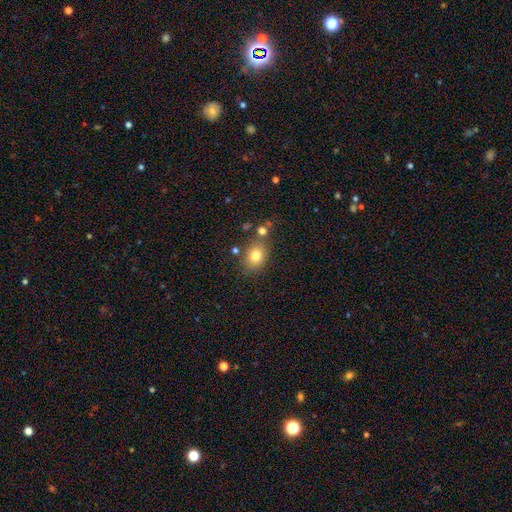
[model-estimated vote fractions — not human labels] Smooth or featured?
  - smooth: 78% *
  - star or artifact: 11%
  - featured or disk: 11%
How rounded?
  - in between: 63% *
  - round: 36%
  - cigar-shaped: 1%
Merging?
  - none: 69% *
  - minor disturbance: 15%
  - merger: 11%
  - major disturbance: 5%